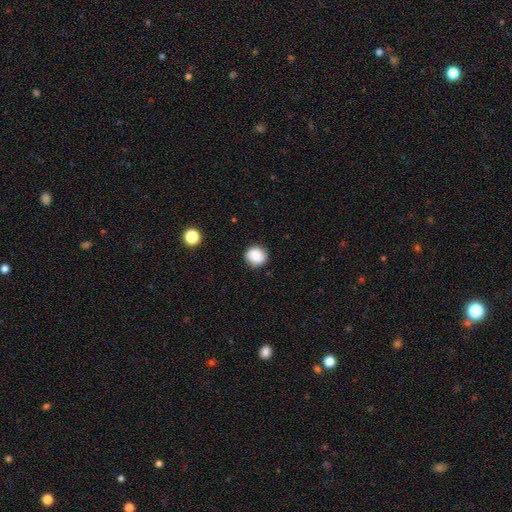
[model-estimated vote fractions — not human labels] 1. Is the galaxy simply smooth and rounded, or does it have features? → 80% smooth, 10% featured or disk, 9% star or artifact.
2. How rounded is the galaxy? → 86% round, 13% in between, 1% cigar-shaped.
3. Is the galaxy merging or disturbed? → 86% none, 10% minor disturbance, 3% major disturbance, 1% merger.